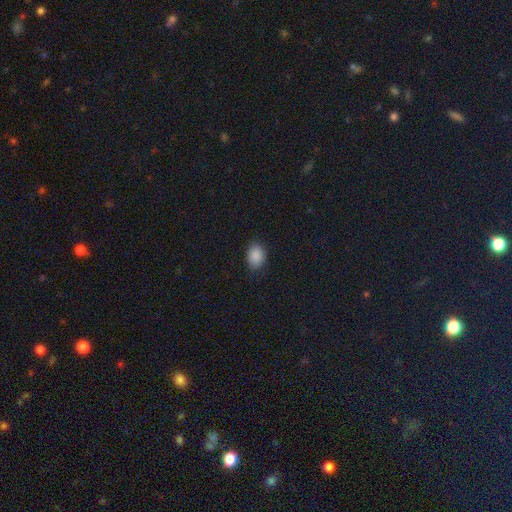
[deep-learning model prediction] Smooth or featured? smooth (88%)
How rounded? in between (72%)
Merging? none (86%)